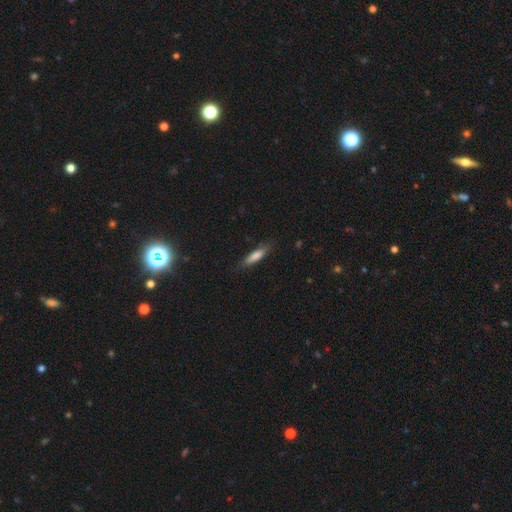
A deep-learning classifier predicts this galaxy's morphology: A smooth galaxy with no disk features (78%) that is cigar-shaped (69%).

Vote fractions:
- Smooth or featured? smooth: 78% / featured or disk: 15% / star or artifact: 7%
- How rounded? cigar-shaped: 69% / in between: 29% / round: 2%
- Merging? none: 77% / minor disturbance: 18% / major disturbance: 4% / merger: 1%